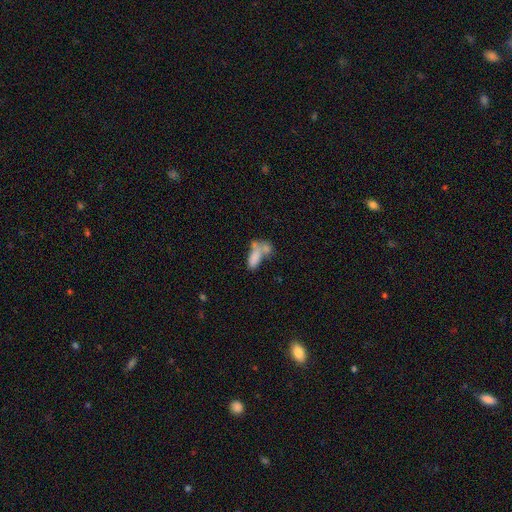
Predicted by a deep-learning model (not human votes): smooth_or_featured: smooth (p=0.71) [alt: featured or disk p=0.19]
how_rounded: in between (p=0.80) [alt: cigar-shaped p=0.16]
merging: merger (p=0.57) [alt: none p=0.21]